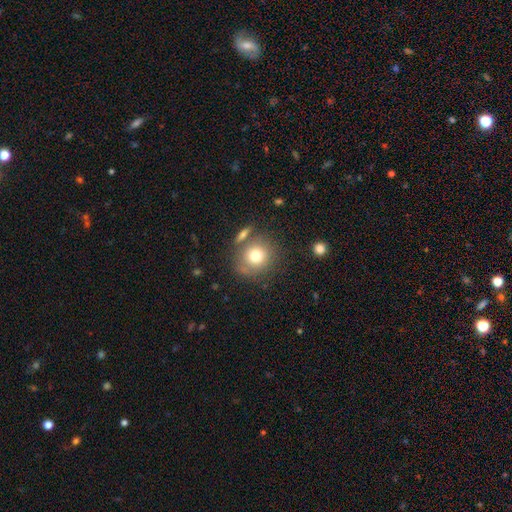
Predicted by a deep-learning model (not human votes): A smooth galaxy with no disk features (76%) that is round (85%).

Vote fractions:
- Smooth or featured? smooth: 76% / featured or disk: 14% / star or artifact: 11%
- How rounded? round: 85% / in between: 14% / cigar-shaped: 1%
- Merging? none: 68% / merger: 14% / minor disturbance: 12% / major disturbance: 5%